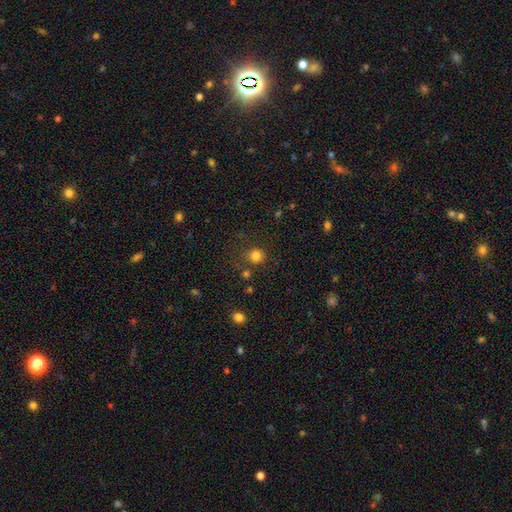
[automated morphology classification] Smooth or featured: smooth — 80% (star or artifact — 15%)
How rounded: round — 88% (in between — 11%)
Merging: none — 76% (minor disturbance — 11%)